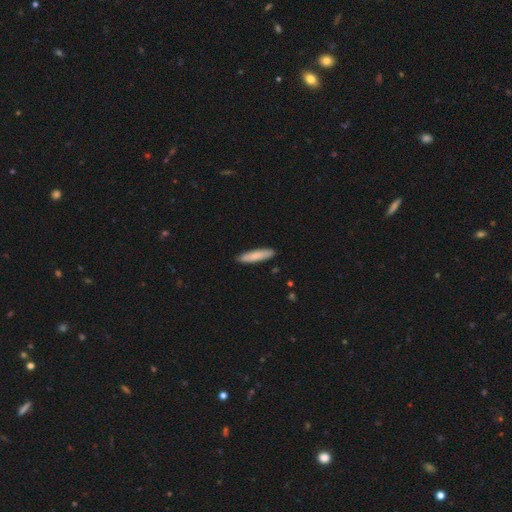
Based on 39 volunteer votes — Smooth or featured? 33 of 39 (85%) said smooth. How rounded? 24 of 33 (73%) said cigar-shaped. Merging? 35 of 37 (95%) said none.